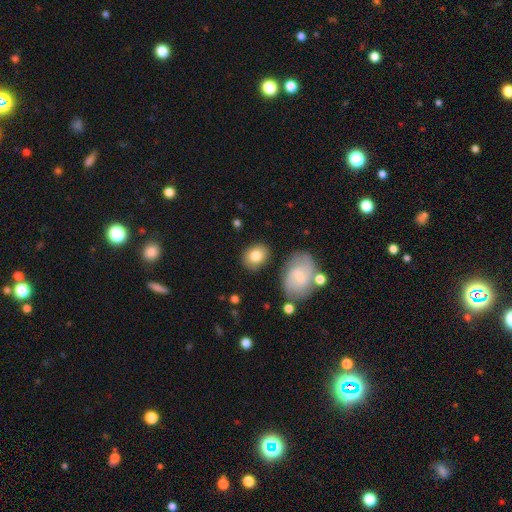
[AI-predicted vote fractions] A smooth galaxy with no disk features (79%) that is in between round and cigar-shaped (50%).

Vote fractions:
- Smooth or featured? smooth: 79% / featured or disk: 14% / star or artifact: 7%
- How rounded? in between: 50% / round: 49% / cigar-shaped: 1%
- Merging? none: 78% / minor disturbance: 13% / merger: 5% / major disturbance: 4%